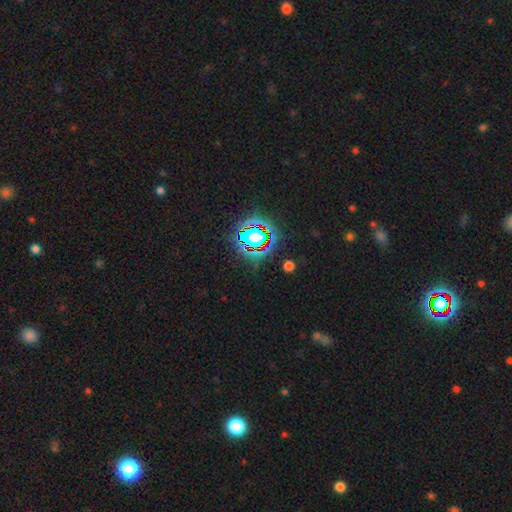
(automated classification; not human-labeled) This is likely a star or artifact rather than a galaxy (78%).